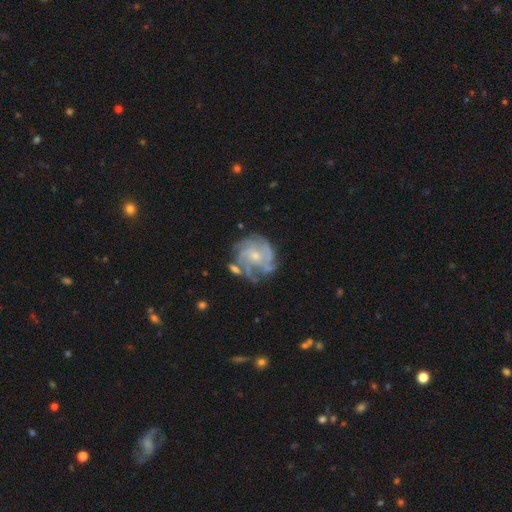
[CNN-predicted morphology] featured or disk 85%, smooth 8%, star or artifact 7%. Down the decision tree: edge-on disk — no (98%); bar — no (68%); spiral arms — yes (94%); spiral arm count — 4 (33%); spiral winding — tight (55%); bulge size — small (66%); merging — none (67%).